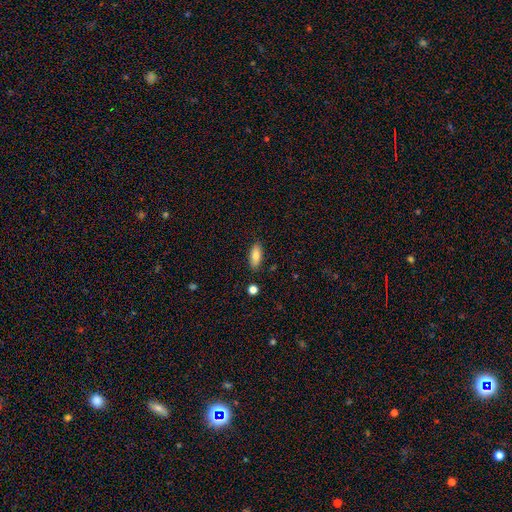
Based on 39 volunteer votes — This appears to be a smooth galaxy with no disk features (87%) that is in between round and cigar-shaped (53%). Merging: none (92%).